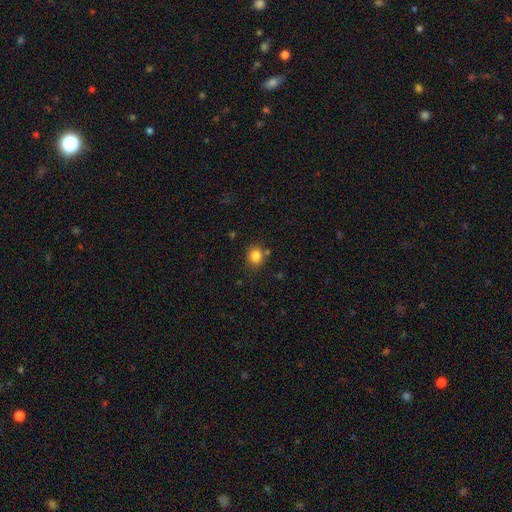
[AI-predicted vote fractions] Smooth or featured? Predicted: smooth (p=0.83). How rounded? Predicted: round (p=0.74). Merging? Predicted: none (p=0.80).